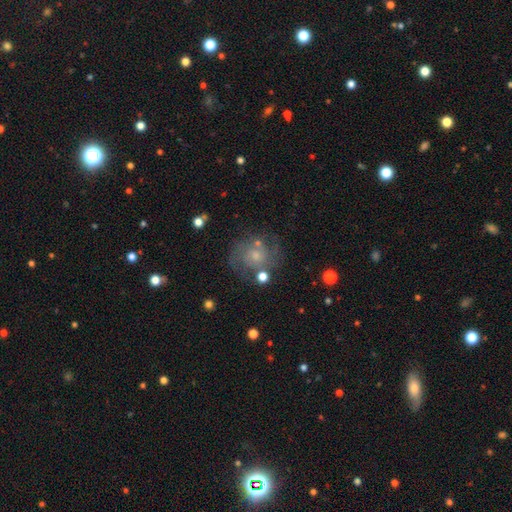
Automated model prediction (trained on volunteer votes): smooth_or_featured: featured or disk (p=0.67) [alt: smooth p=0.20]
disk_edge_on: no (p=0.98) [alt: yes p=0.02]
bar: no (p=0.75) [alt: weak p=0.22]
has_spiral_arms: yes (p=0.87) [alt: no p=0.13]
spiral_winding: tight (p=0.47) [alt: medium p=0.41]
spiral_arm_count: 2 (p=0.42) [alt: can't tell p=0.32]
bulge_size: small (p=0.55) [alt: moderate p=0.32]
merging: none (p=0.71) [alt: minor disturbance p=0.15]